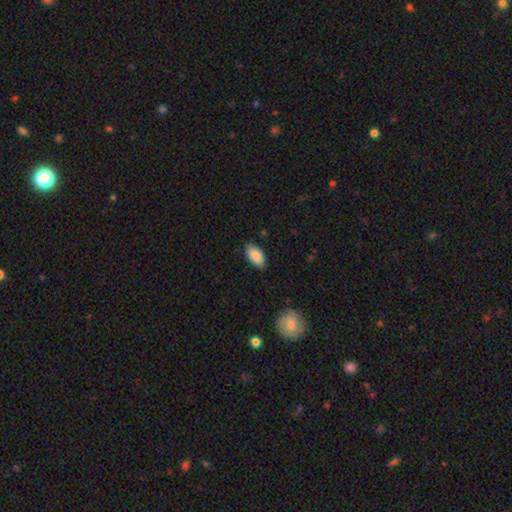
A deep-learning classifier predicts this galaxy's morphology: type=smooth (86%); roundness=in between (94%); merging=none (82%).